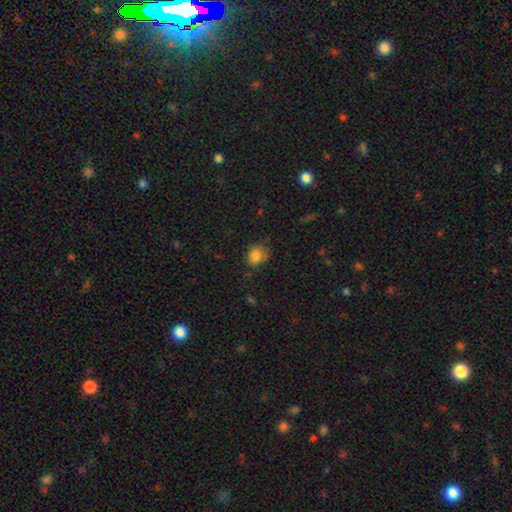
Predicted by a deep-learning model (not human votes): Smooth or featured? smooth (82%)
How rounded? round (57%)
Merging? none (66%)